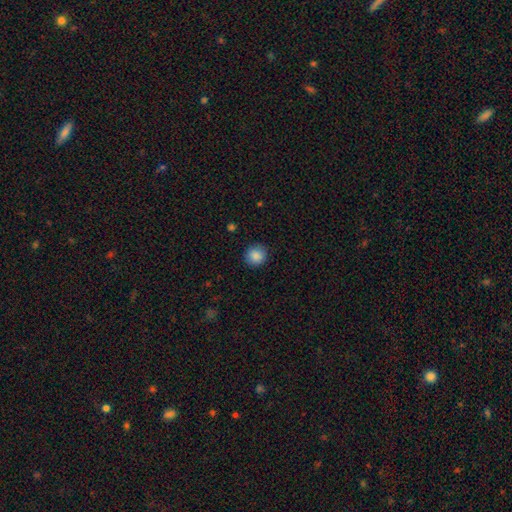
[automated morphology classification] The model was most divided on "how rounded": round: 89%, in between: 10%, cigar-shaped: 1%. More confident: merging — none (90%); smooth or featured — smooth (88%).